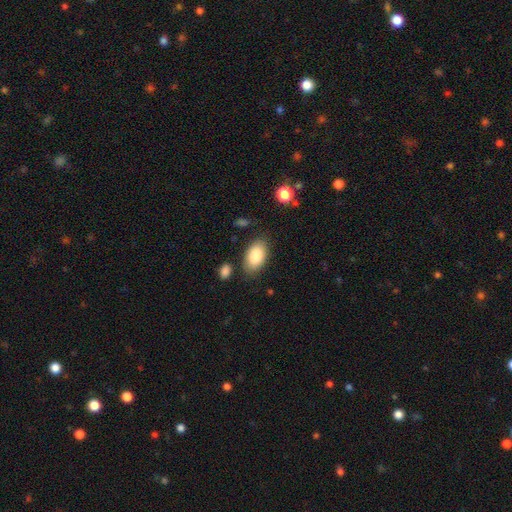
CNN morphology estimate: smooth_or_featured: smooth (p=0.88) [alt: featured or disk p=0.06]
how_rounded: in between (p=0.94) [alt: round p=0.04]
merging: none (p=0.79) [alt: minor disturbance p=0.13]